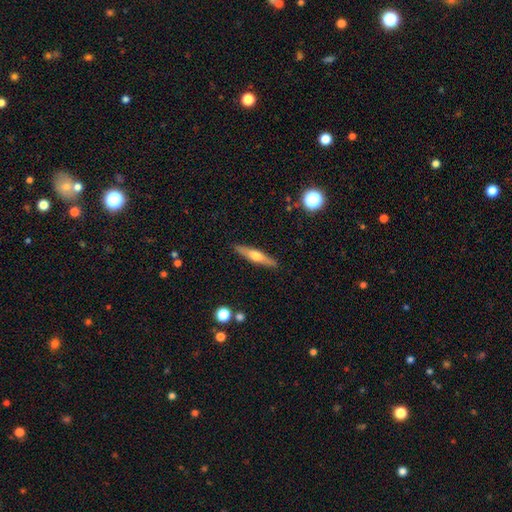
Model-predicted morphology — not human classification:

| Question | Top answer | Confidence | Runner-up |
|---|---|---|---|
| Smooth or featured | featured or disk | 53% | smooth (41%) |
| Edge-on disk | yes | 94% | no (6%) |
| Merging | none | 90% | minor disturbance (7%) |